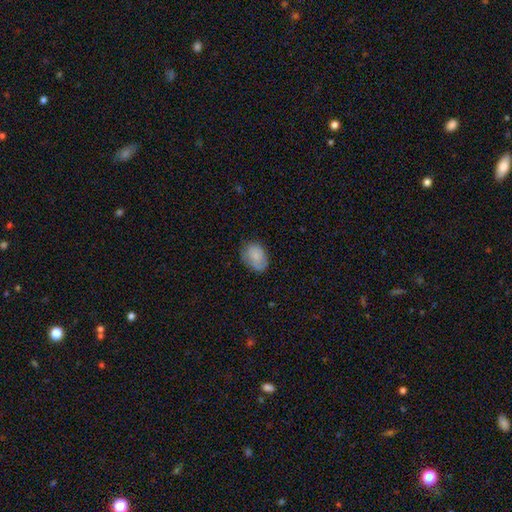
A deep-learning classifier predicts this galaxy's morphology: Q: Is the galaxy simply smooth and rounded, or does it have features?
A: smooth — 77%.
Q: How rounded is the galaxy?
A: in between — 75%.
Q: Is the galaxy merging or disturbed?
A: none — 67%.